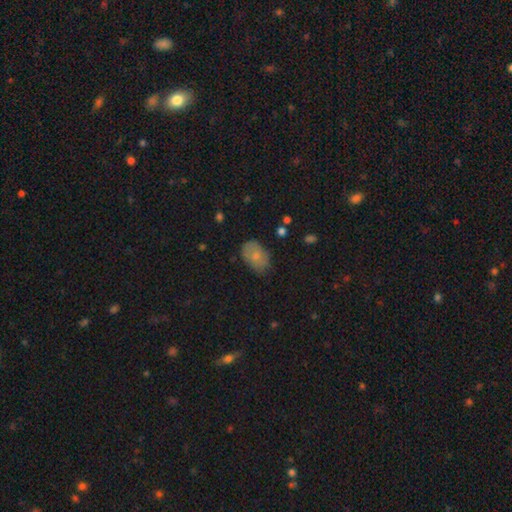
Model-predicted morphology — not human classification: smooth-or-featured: smooth: 74% | featured or disk: 17% | star or artifact: 8%
  how-rounded: in between: 85% | round: 13% | cigar-shaped: 1%
  merging: none: 70% | minor disturbance: 23% | major disturbance: 6% | merger: 2%